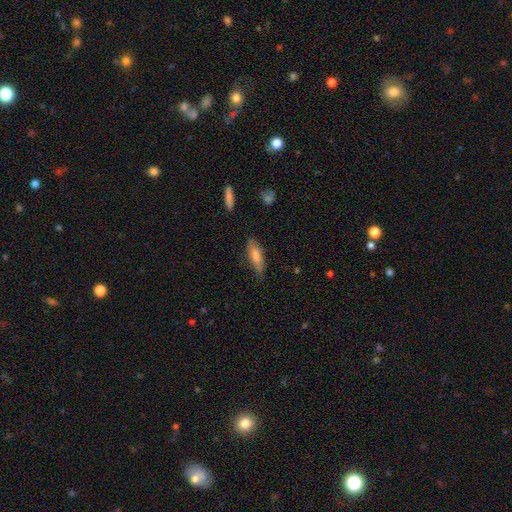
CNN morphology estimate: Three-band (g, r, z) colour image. It shows a smooth galaxy with no disk features (75%) that is cigar-shaped (53%). Merging: none (73%).